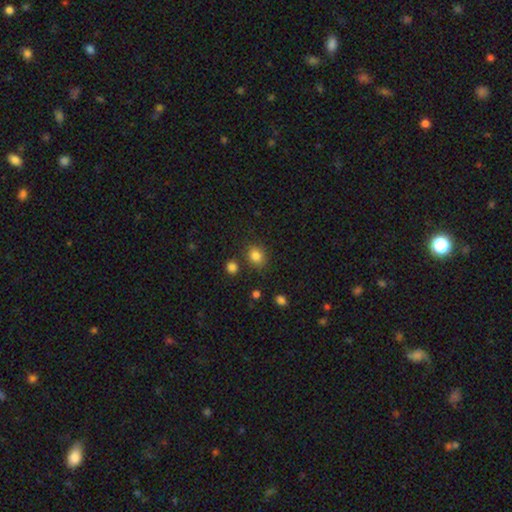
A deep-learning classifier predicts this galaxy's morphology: Q: Smooth or featured?
A: smooth (83%); runner-up: star or artifact (12%)
Q: How rounded?
A: round (67%); runner-up: in between (32%)
Q: Merging?
A: none (79%); runner-up: minor disturbance (12%)